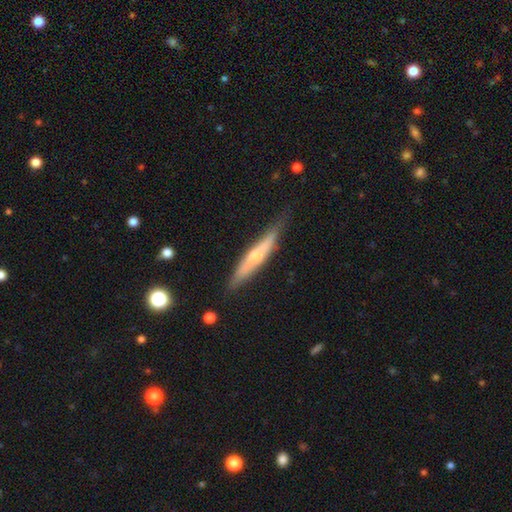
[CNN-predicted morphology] A featured or disk galaxy (52%) viewed edge-on (90%). Merging: none (74%).